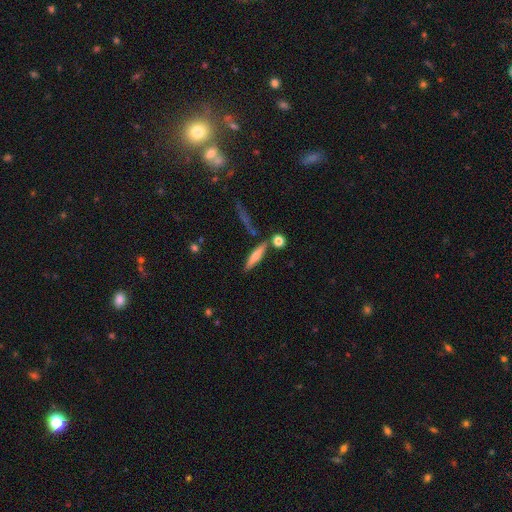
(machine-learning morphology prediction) Smooth or featured? smooth (54%)
How rounded? cigar-shaped (79%)
Merging? none (73%)